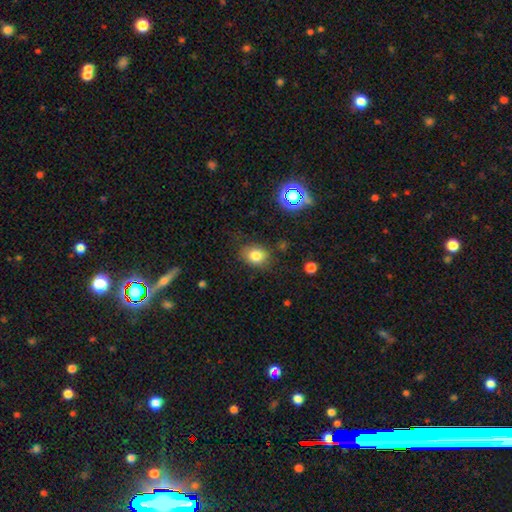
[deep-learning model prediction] Smooth or featured? Predicted: smooth (p=0.80). How rounded? Predicted: in between (p=0.61). Merging? Predicted: none (p=0.76).